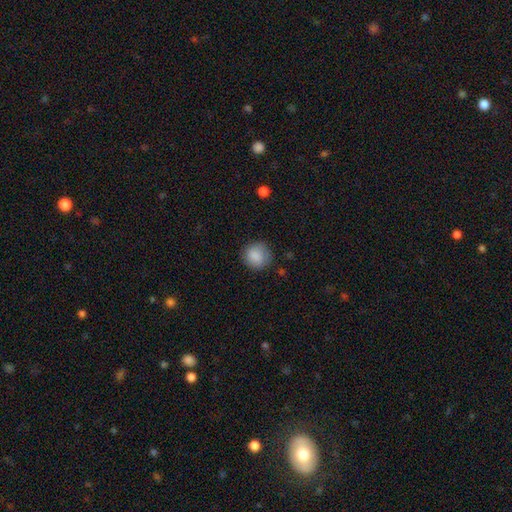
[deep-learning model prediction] Overall: smooth (86%). How rounded: round (89%). Merging: none (80%).